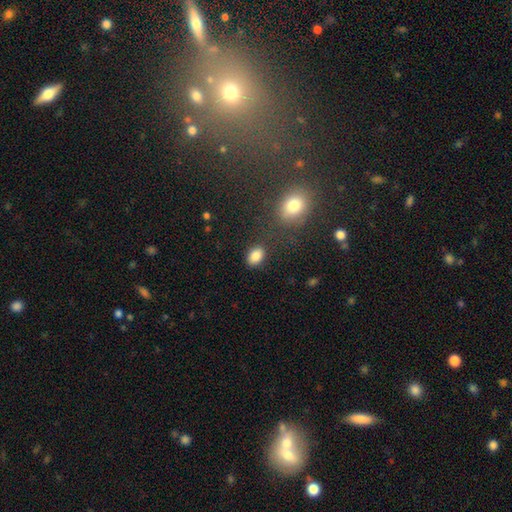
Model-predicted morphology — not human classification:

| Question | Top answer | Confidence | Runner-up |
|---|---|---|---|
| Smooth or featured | smooth | 85% | star or artifact (10%) |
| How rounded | in between | 80% | round (19%) |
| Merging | none | 81% | minor disturbance (11%) |